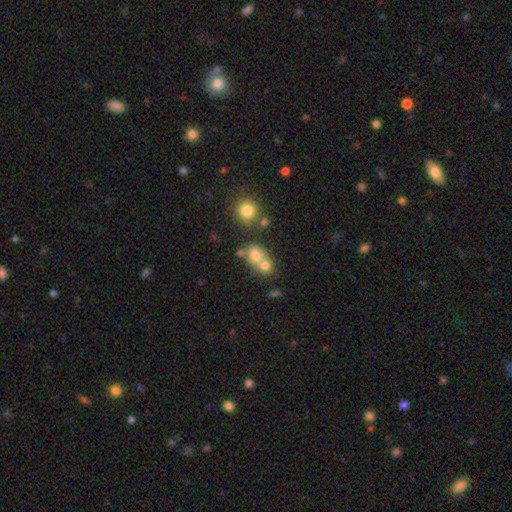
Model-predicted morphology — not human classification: smooth-or-featured: smooth: 70% | featured or disk: 18% | star or artifact: 13%
  how-rounded: round: 53% | in between: 45% | cigar-shaped: 2%
  merging: merger: 59% | none: 29% | minor disturbance: 8% | major disturbance: 5%